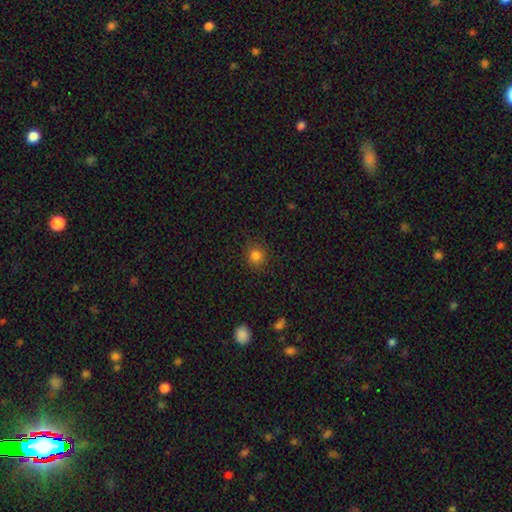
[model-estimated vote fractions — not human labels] Smooth or featured? Predicted: smooth (p=0.82). How rounded? Predicted: round (p=0.89). Merging? Predicted: none (p=0.85).